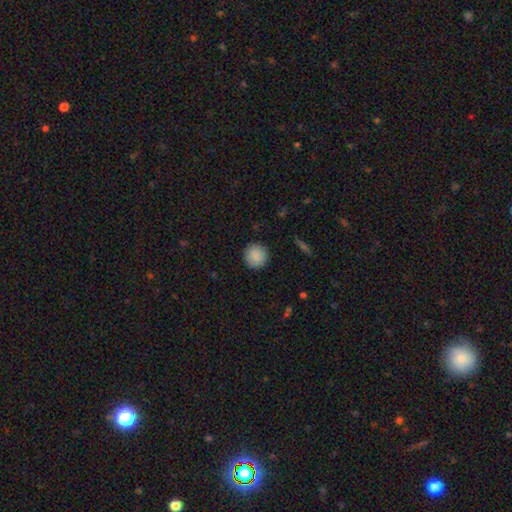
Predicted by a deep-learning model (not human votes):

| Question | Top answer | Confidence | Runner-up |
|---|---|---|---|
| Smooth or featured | smooth | 89% | star or artifact (7%) |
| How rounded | round | 94% | in between (5%) |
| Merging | none | 91% | minor disturbance (6%) |